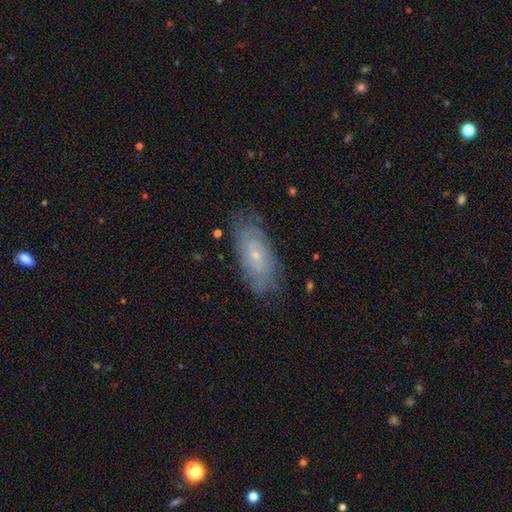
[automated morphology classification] featured or disk 69%, smooth 23%, star or artifact 8%. Down the decision tree: edge-on disk — no (90%); bar — no (67%); spiral arms — yes (86%); spiral arm count — can't tell (54%); spiral winding — tight (65%); bulge size — small (76%); merging — none (75%).